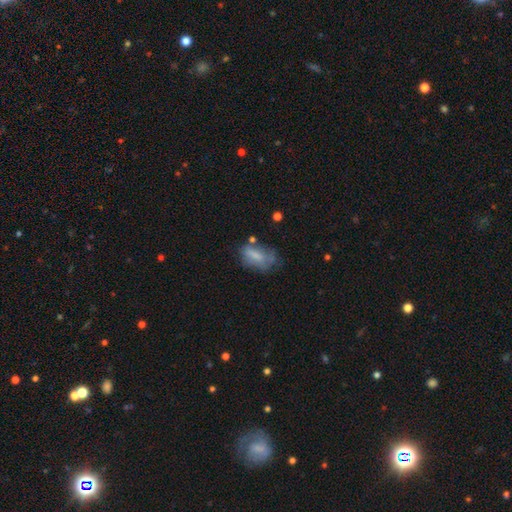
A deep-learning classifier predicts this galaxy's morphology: type=smooth (64%); roundness=in between (84%); merging=none (43%).